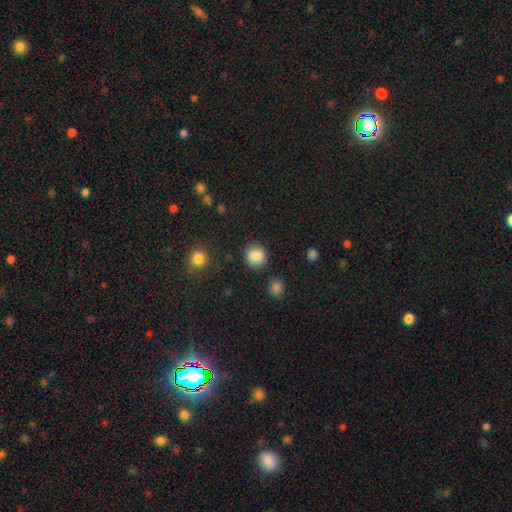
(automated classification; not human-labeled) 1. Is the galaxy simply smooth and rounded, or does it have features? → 87% smooth, 9% star or artifact, 4% featured or disk.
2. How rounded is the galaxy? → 91% round, 8% in between, 1% cigar-shaped.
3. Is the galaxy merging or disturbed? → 89% none, 7% minor disturbance, 2% major disturbance, 2% merger.